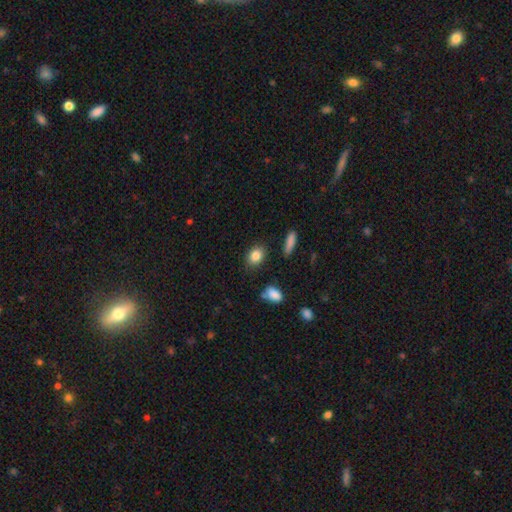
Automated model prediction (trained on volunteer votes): Q: Smooth or featured?
A: smooth (85%); runner-up: star or artifact (8%)
Q: How rounded?
A: in between (69%); runner-up: round (29%)
Q: Merging?
A: none (84%); runner-up: minor disturbance (11%)